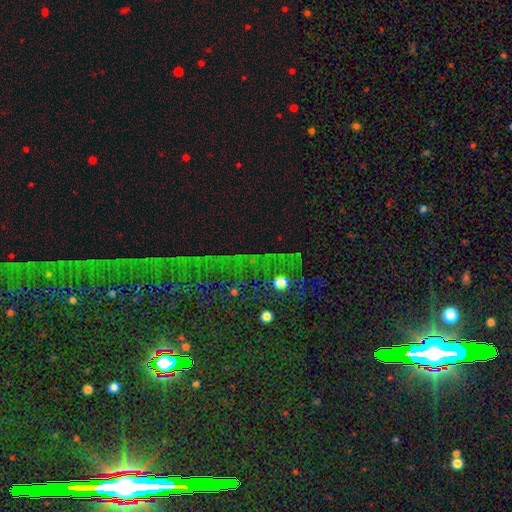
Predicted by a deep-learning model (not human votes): Smooth or featured: star or artifact — 84% (featured or disk — 8%)